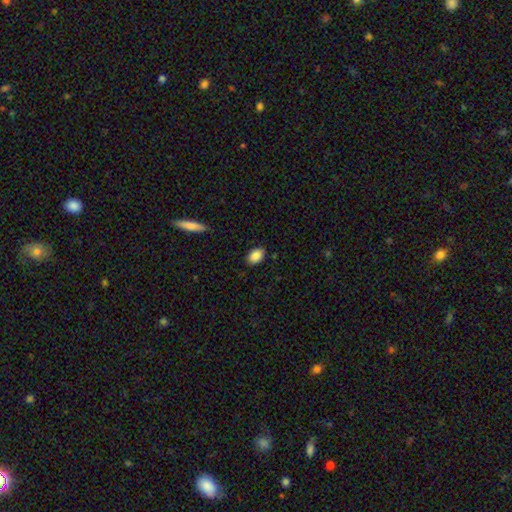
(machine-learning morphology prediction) Smooth or featured? Predicted: smooth (p=0.88). How rounded? Predicted: in between (p=0.86). Merging? Predicted: none (p=0.87).